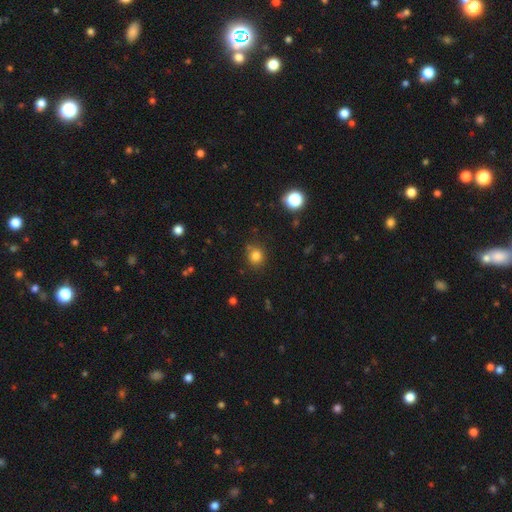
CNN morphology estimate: Smooth or featured? smooth (81%)
How rounded? round (82%)
Merging? none (78%)